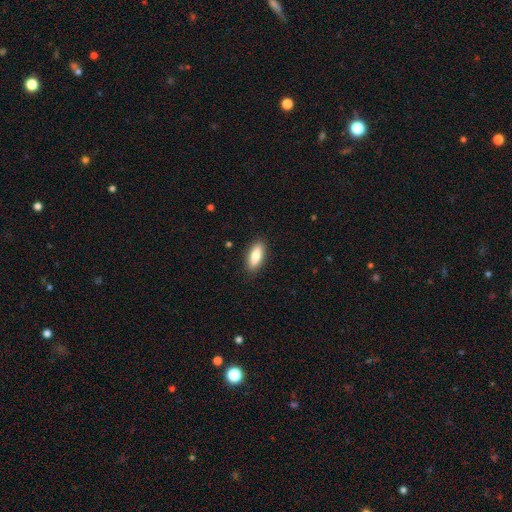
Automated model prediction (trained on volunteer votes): The model was most divided on "how rounded": in between: 76%, cigar-shaped: 22%, round: 2%. More confident: merging — none (88%); smooth or featured — smooth (82%).